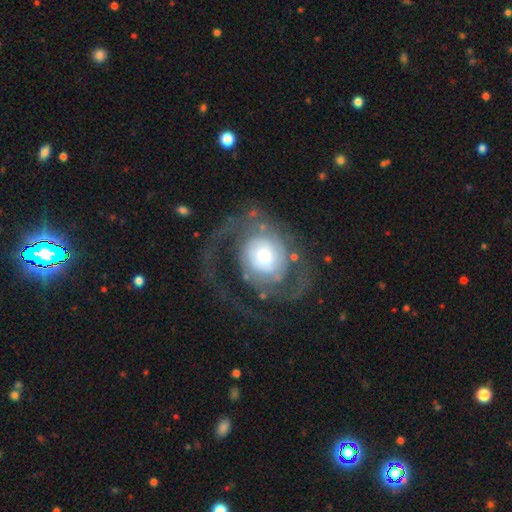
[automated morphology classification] This appears to be a featured or disk galaxy (76%) with no bar (75%), 2 (49%) tight (39%) spiral arms (83%) and a moderate central bulge (43%). Merging: none (47%).